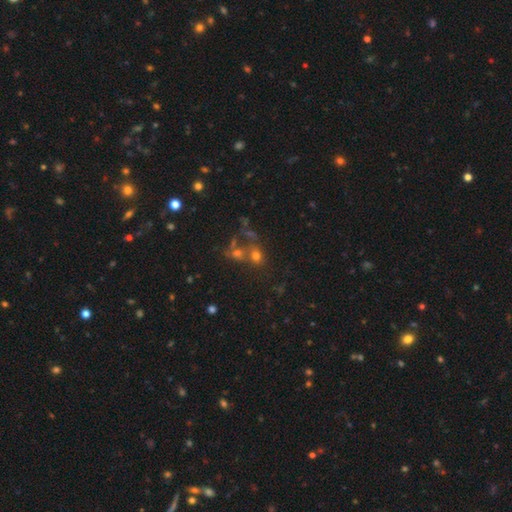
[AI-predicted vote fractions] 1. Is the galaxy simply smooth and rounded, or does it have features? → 56% smooth, 28% star or artifact, 16% featured or disk.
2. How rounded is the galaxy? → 78% round, 21% in between, 1% cigar-shaped.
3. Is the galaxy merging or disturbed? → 45% none, 38% merger, 9% minor disturbance, 8% major disturbance.